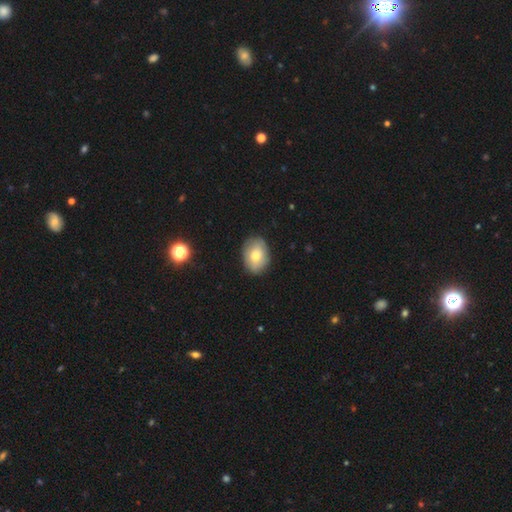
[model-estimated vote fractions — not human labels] smooth 71%, featured or disk 21%, star or artifact 8%. Down the decision tree: how rounded — in between (72%); merging — none (84%).